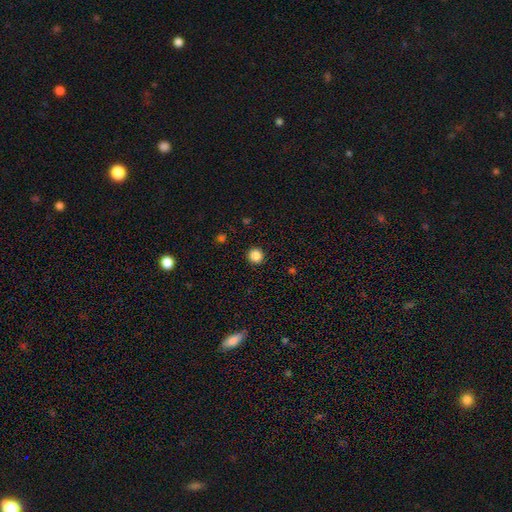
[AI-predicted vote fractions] Overall: smooth (85%). How rounded: round (94%). Merging: none (93%).